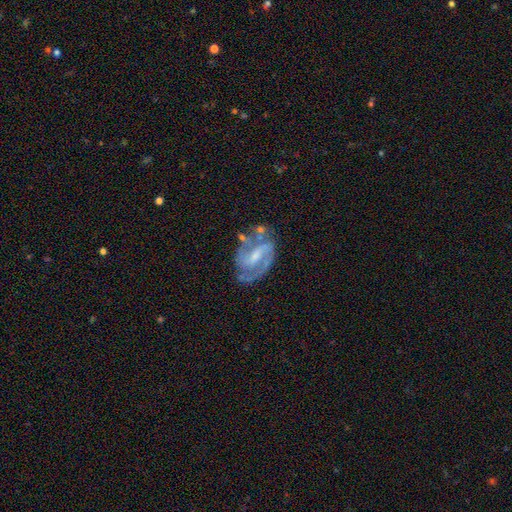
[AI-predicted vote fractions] Smooth or featured: featured or disk — 86% (smooth — 9%)
Edge-on disk: no — 97% (yes — 3%)
Bar: weak — 46% (strong — 37%)
Spiral arms: yes — 94% (no — 6%)
Spiral winding: medium — 53% (tight — 29%)
Spiral arm count: 2 — 82% (can't tell — 8%)
Bulge size: small — 48% (moderate — 38%)
Merging: none — 63% (minor disturbance — 20%)